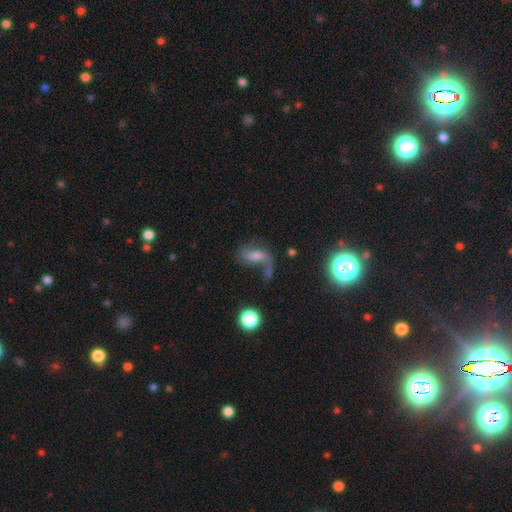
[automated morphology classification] A featured or disk galaxy (58%) with a weak bar (40%, tied with no), spiral arms (83%) and a moderate central bulge (47%).

Vote fractions:
- Smooth or featured? featured or disk: 58% / smooth: 27% / star or artifact: 16%
- Edge-on disk? no: 93% / yes: 7%
- Bar? weak: 40% (tied) / no: 40% (tied) / strong: 20%
- Spiral arms? yes: 83% / no: 17%
- Bulge size? moderate: 47% / small: 29% / large: 12% / none: 10% / dominant: 3%
- Merging? none: 40% / major disturbance: 25% / merger: 18% / minor disturbance: 18%